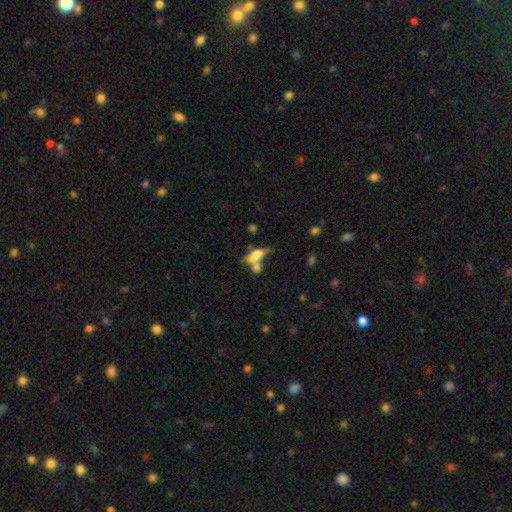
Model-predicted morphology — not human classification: A smooth galaxy with no disk features (51%) that is in between round and cigar-shaped (52%). Merging: merger (50%).